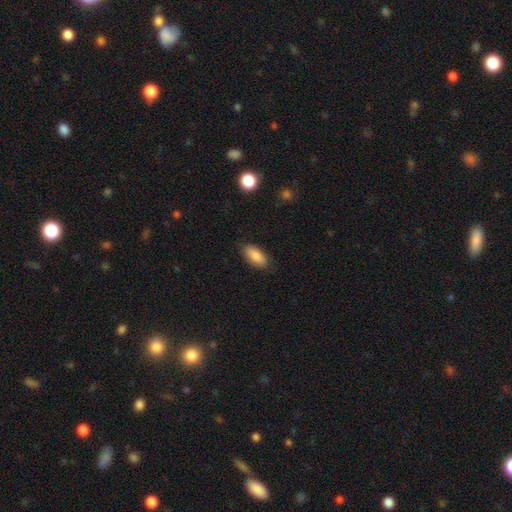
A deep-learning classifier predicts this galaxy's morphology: smooth_or_featured: smooth (p=0.85) [alt: featured or disk p=0.08]
how_rounded: in between (p=0.90) [alt: cigar-shaped p=0.07]
merging: none (p=0.85) [alt: minor disturbance p=0.11]